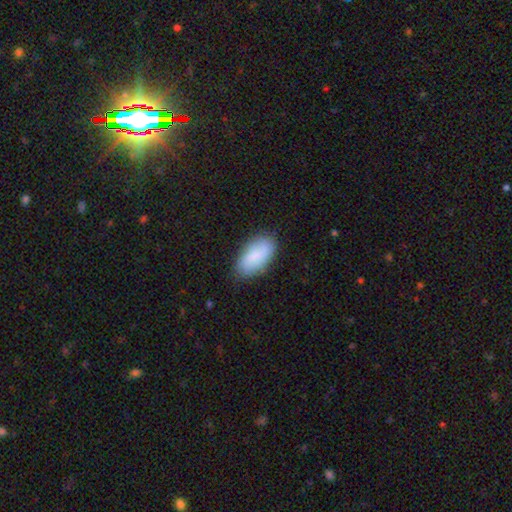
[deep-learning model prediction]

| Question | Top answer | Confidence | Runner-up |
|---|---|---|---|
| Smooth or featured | smooth | 73% | featured or disk (20%) |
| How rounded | in between | 93% | cigar-shaped (4%) |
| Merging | none | 78% | minor disturbance (17%) |